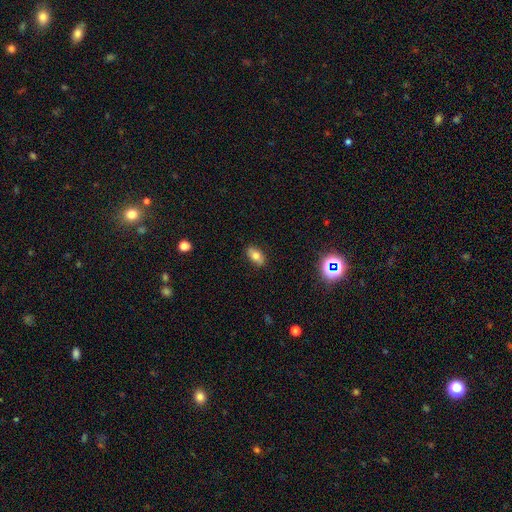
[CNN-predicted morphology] This is likely a smooth galaxy (74%). How rounded: clearly in between (89%). Merging: clearly none (87%).